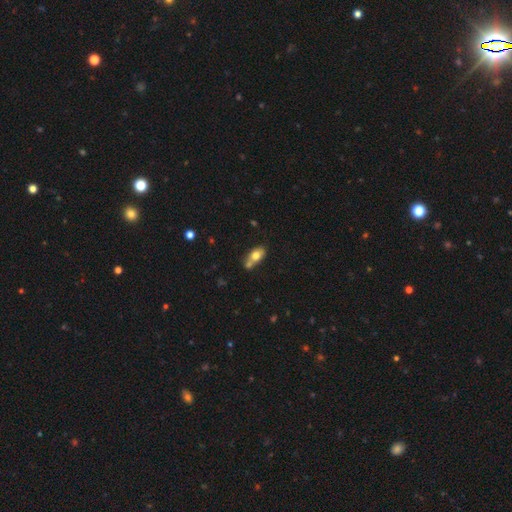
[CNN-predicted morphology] Smooth or featured: smooth — 72% (featured or disk — 19%)
How rounded: in between — 82% (round — 12%)
Merging: none — 43% (merger — 38%)